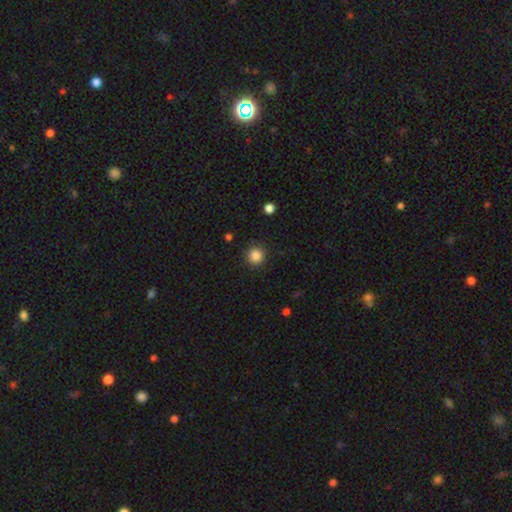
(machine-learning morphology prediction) smooth 85%, star or artifact 11%, featured or disk 4%. Down the decision tree: how rounded — round (94%); merging — none (90%).